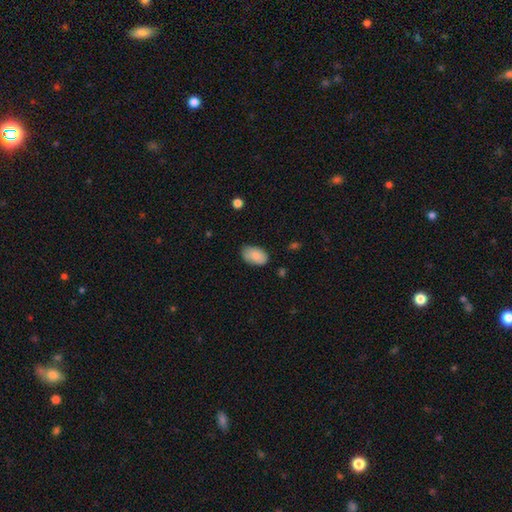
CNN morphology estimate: A smooth galaxy with no disk features (86%) that is in between round and cigar-shaped (93%).

Vote fractions:
- Smooth or featured? smooth: 86% / featured or disk: 7% / star or artifact: 7%
- How rounded? in between: 93% / round: 6% / cigar-shaped: 1%
- Merging? none: 74% / minor disturbance: 22% / major disturbance: 4% / merger: 1%